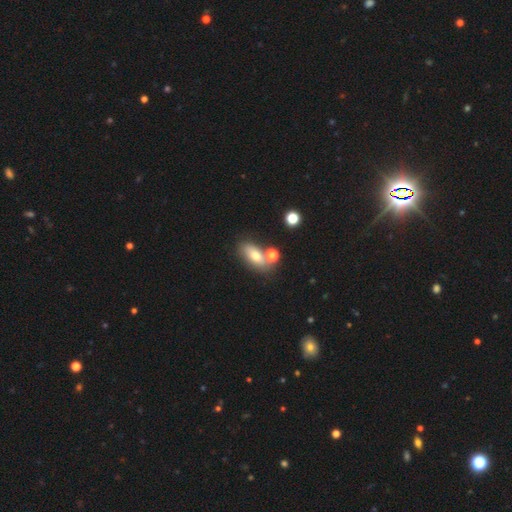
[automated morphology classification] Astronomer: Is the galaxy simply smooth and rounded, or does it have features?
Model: smooth — 70%.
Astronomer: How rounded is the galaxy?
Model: in between — 80%.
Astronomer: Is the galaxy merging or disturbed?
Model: none — 59%.